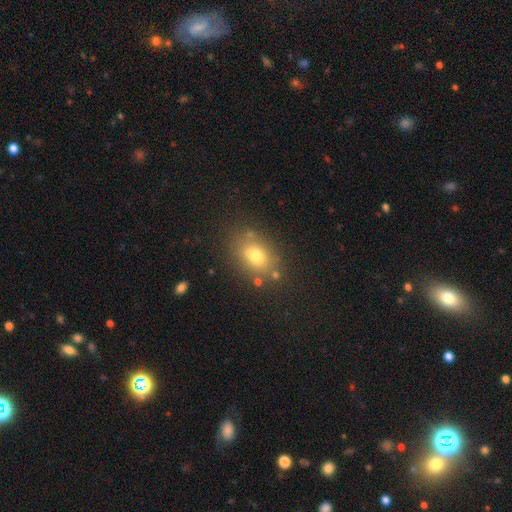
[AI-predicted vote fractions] smooth_or_featured: smooth (p=0.71) [alt: star or artifact p=0.15]
how_rounded: in between (p=0.67) [alt: round p=0.32]
merging: none (p=0.75) [alt: minor disturbance p=0.13]